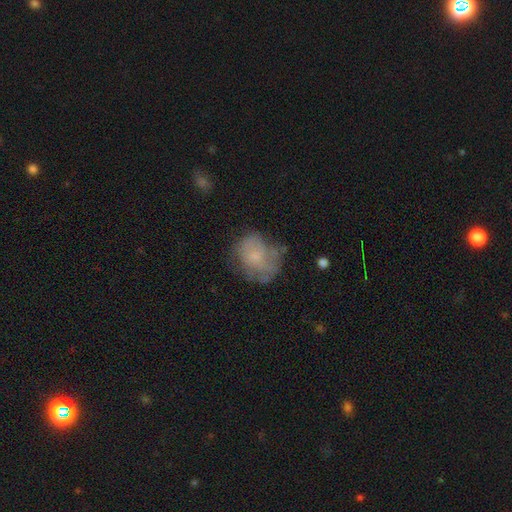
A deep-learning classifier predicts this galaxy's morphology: Smooth or featured: smooth — 51% (featured or disk — 39%)
How rounded: round — 61% (in between — 38%)
Merging: none — 47% (minor disturbance — 29%)